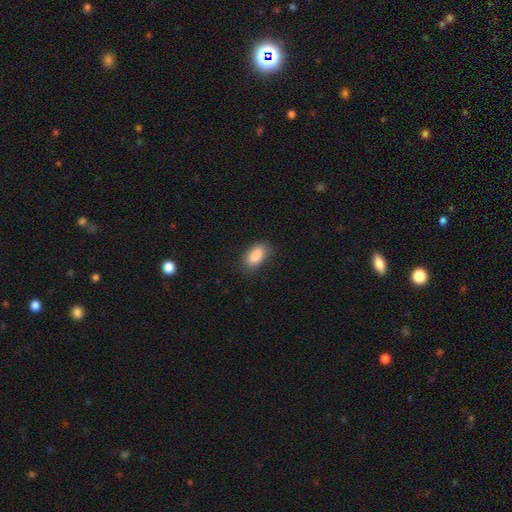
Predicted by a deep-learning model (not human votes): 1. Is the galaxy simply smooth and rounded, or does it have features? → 88% smooth, 7% star or artifact, 5% featured or disk.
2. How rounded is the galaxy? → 91% in between, 5% round, 4% cigar-shaped.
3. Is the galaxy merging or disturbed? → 80% none, 16% minor disturbance, 3% major disturbance, 1% merger.